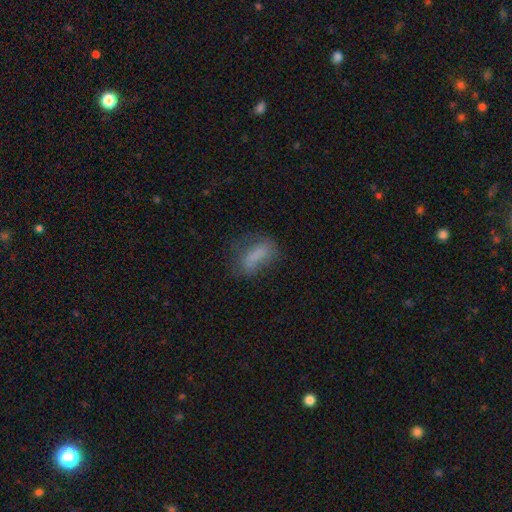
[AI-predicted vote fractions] Smooth or featured? smooth (67%)
How rounded? in between (74%)
Merging? none (43%)